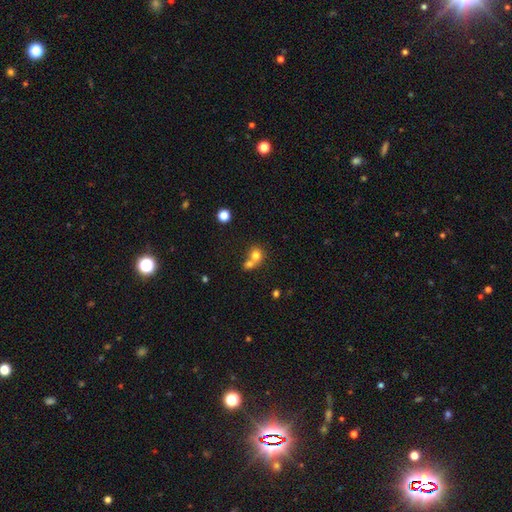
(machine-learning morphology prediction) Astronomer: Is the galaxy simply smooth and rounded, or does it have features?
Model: smooth — 75%.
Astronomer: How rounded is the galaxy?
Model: round — 80%.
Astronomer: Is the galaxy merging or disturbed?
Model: merger — 57% (runner-up: none, 34%).